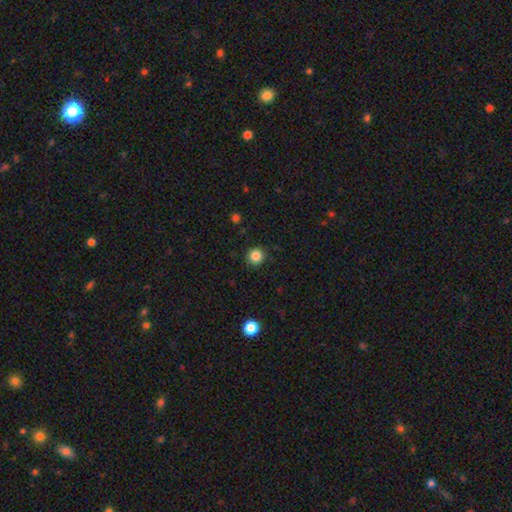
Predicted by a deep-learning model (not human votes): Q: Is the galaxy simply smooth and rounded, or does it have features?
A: smooth — 85%.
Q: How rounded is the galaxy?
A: round — 94%.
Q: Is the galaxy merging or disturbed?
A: none — 91%.